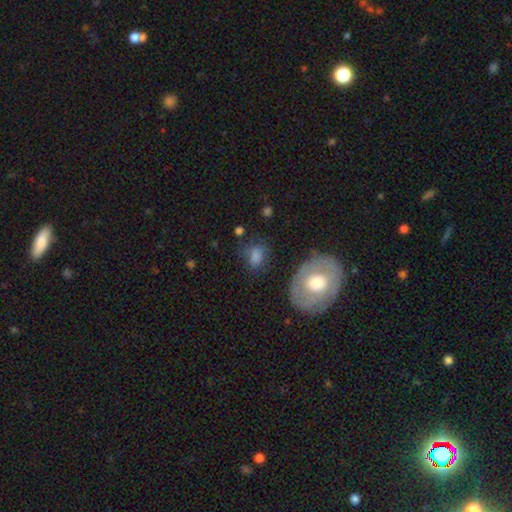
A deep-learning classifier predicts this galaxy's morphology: A smooth galaxy with no disk features (69%) that is in between round and cigar-shaped (64%). Merging: none (63%).